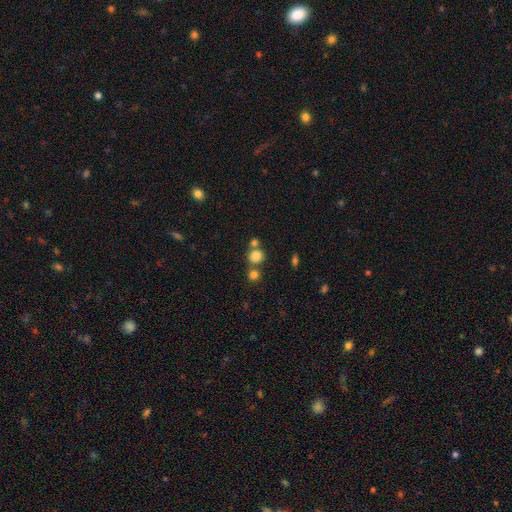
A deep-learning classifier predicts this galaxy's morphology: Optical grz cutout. It shows a smooth galaxy with no disk features (80%) that is round (85%). Merging: none (58%).